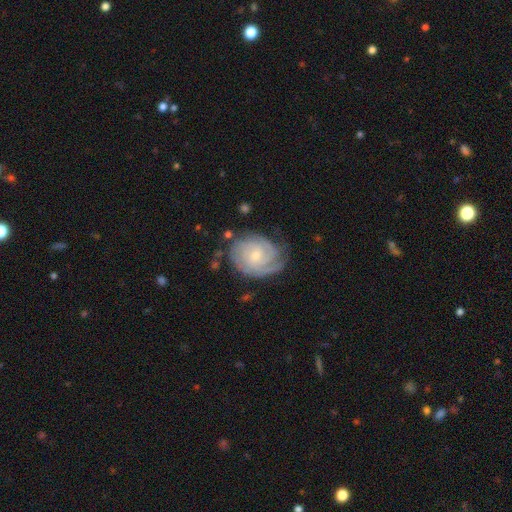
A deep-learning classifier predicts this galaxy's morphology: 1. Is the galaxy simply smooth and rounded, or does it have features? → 85% featured or disk, 10% smooth, 5% star or artifact.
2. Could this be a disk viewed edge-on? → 98% no, 2% yes.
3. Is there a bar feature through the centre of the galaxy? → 63% no, 33% weak, 5% strong.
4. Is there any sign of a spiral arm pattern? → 97% yes, 3% no.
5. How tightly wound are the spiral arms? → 74% tight, 22% medium, 4% loose.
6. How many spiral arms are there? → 29% 3, 25% can't tell, 18% 2, 16% 4, 6% more than 4, 6% 1.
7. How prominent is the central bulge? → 69% small, 27% moderate, 2% none, 1% large, 1% dominant.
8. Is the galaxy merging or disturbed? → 73% none, 19% minor disturbance, 6% major disturbance, 2% merger.